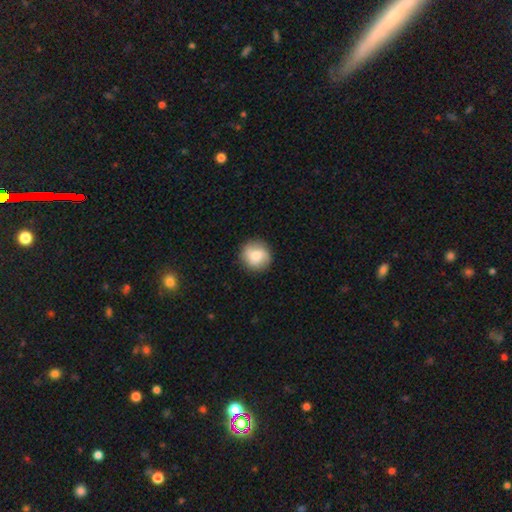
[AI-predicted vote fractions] A smooth galaxy with no disk features (73%) that is round (92%).

Vote fractions:
- Smooth or featured? smooth: 73% / featured or disk: 20% / star or artifact: 7%
- How rounded? round: 92% / in between: 7% / cigar-shaped: 1%
- Merging? none: 87% / minor disturbance: 9% / major disturbance: 3% / merger: 1%